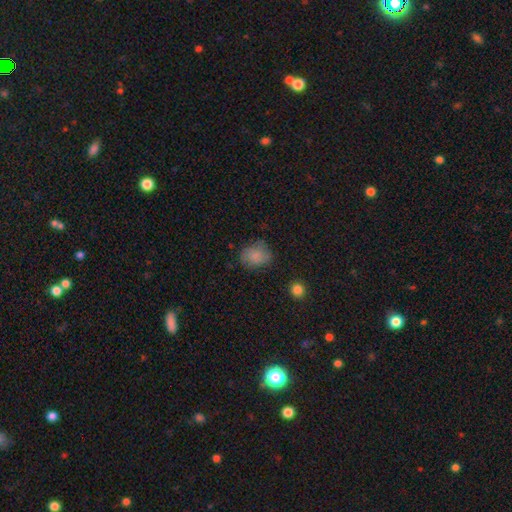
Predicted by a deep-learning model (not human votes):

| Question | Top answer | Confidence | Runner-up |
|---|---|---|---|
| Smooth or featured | smooth | 83% | star or artifact (10%) |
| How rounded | round | 53% | in between (46%) |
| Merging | none | 71% | minor disturbance (21%) |